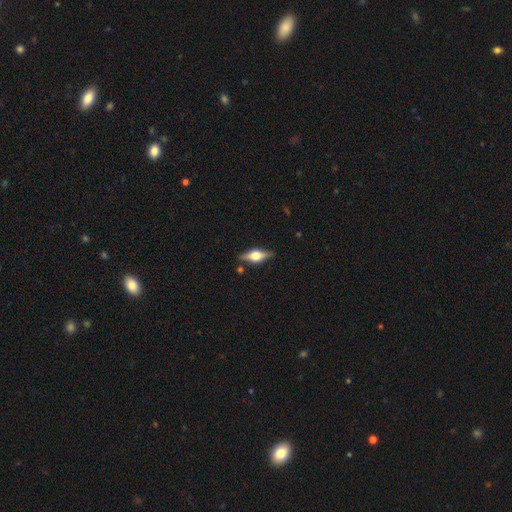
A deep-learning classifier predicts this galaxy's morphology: smooth_or_featured: featured or disk (p=0.69) [alt: smooth p=0.24]
disk_edge_on: yes (p=0.95) [alt: no p=0.05]
edge_on_bulge: rounded (p=0.93) [alt: boxy p=0.06]
merging: none (p=0.85) [alt: minor disturbance p=0.11]